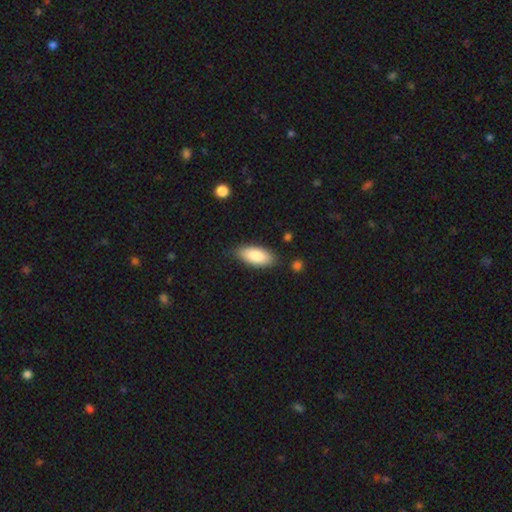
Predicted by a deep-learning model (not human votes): This appears to be a smooth galaxy with no disk features (85%) that is in between round and cigar-shaped (85%). Merging: none (83%).